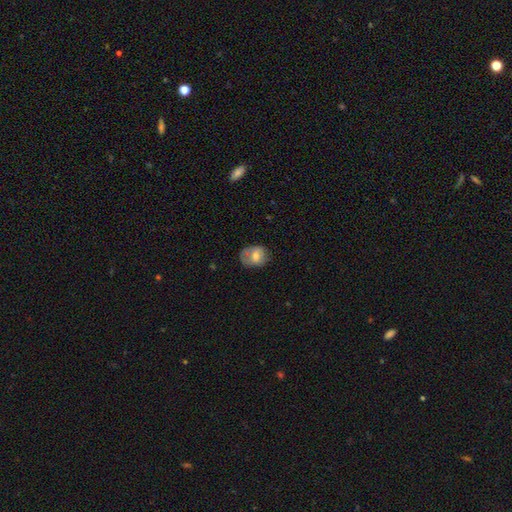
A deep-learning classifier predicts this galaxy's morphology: Smooth or featured: smooth — 62% (featured or disk — 30%)
How rounded: in between — 52% (round — 47%)
Merging: none — 61% (minor disturbance — 28%)